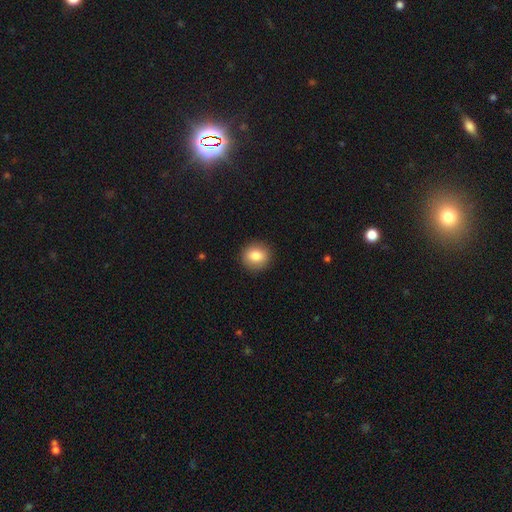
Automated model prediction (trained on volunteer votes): smooth 82%, featured or disk 9%, star or artifact 8%. Down the decision tree: how rounded — round (85%); merging — none (91%).